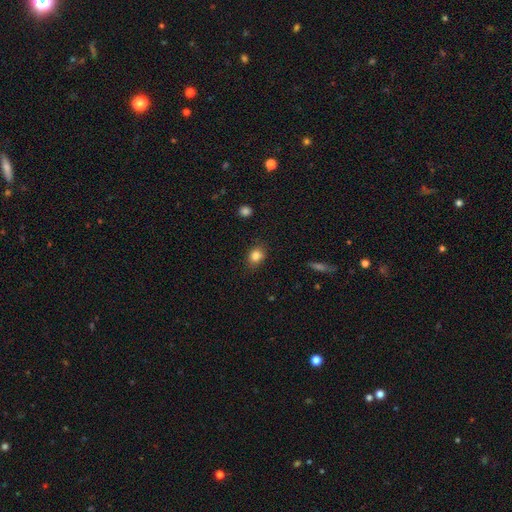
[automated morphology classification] This appears to be a smooth galaxy with no disk features (84%) that is round (50%). Merging: none (81%).